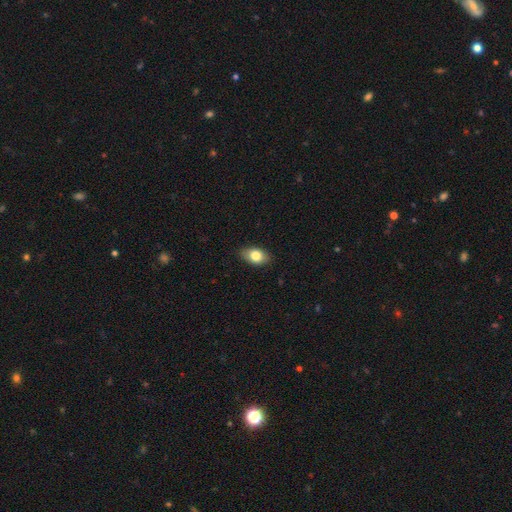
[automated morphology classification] Smooth or featured? Predicted: smooth (p=0.81). How rounded? Predicted: in between (p=0.87). Merging? Predicted: none (p=0.87).